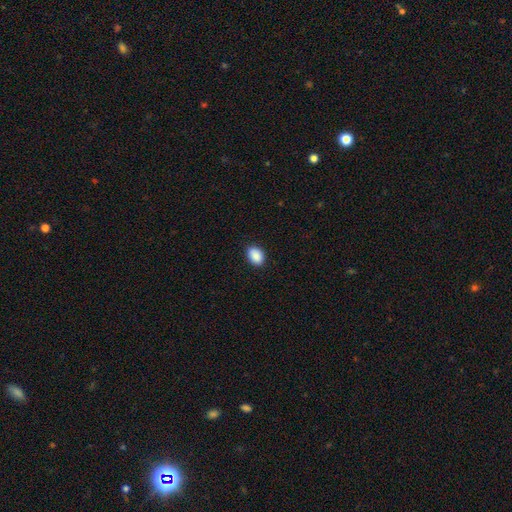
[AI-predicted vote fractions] Morphology: type=smooth (90%); roundness=in between (80%); merging=none (89%).